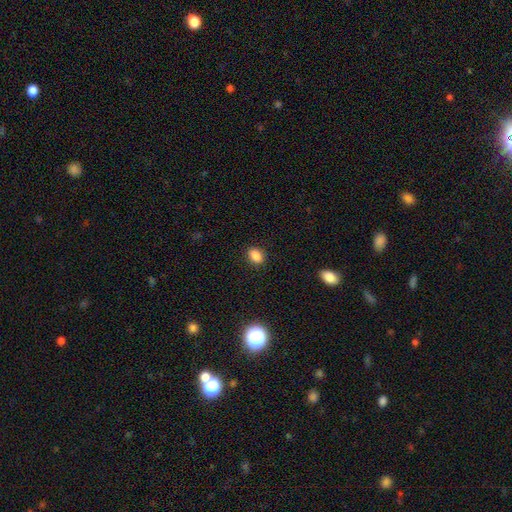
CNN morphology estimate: Smooth or featured?
  - smooth: 85% *
  - star or artifact: 11%
  - featured or disk: 4%
How rounded?
  - in between: 70% *
  - round: 29%
  - cigar-shaped: 1%
Merging?
  - none: 88% *
  - minor disturbance: 9%
  - major disturbance: 2%
  - merger: 1%